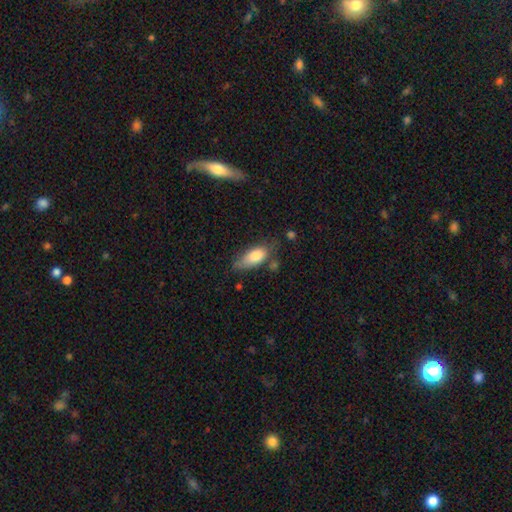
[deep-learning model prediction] Morphology: type=smooth (80%); roundness=in between (83%); merging=none (52%).